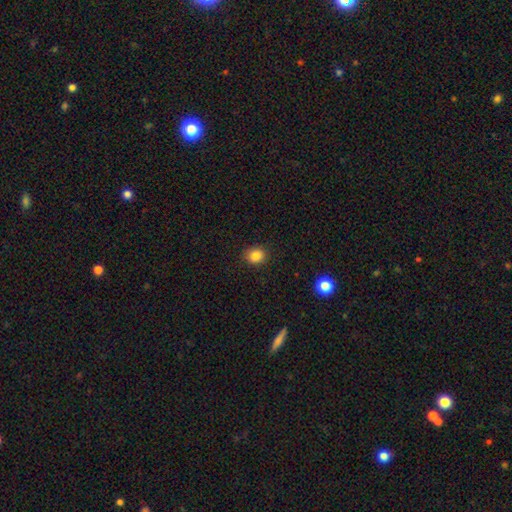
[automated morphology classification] Overall: smooth (85%). How rounded: round (72%). Merging: none (88%).